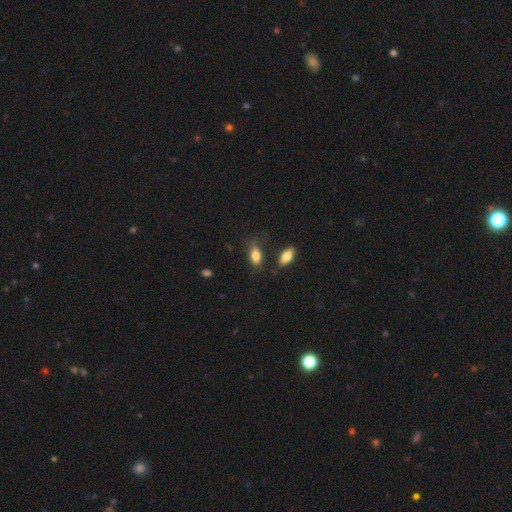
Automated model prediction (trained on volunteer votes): Overall: smooth (78%). How rounded: in between (82%). Merging: none (64%).